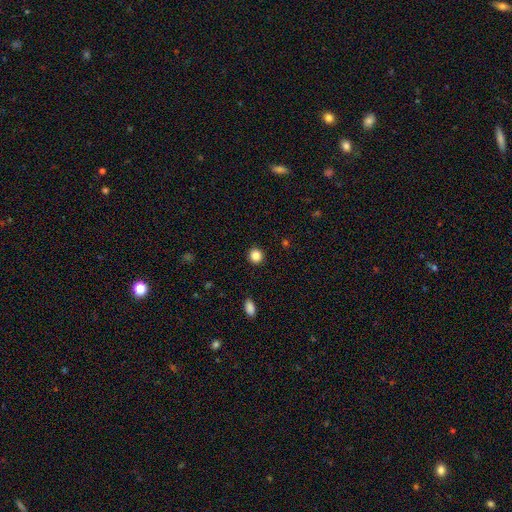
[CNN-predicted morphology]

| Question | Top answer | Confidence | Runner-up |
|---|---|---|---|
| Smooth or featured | smooth | 85% | star or artifact (11%) |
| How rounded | round | 93% | in between (6%) |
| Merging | none | 92% | minor disturbance (5%) |